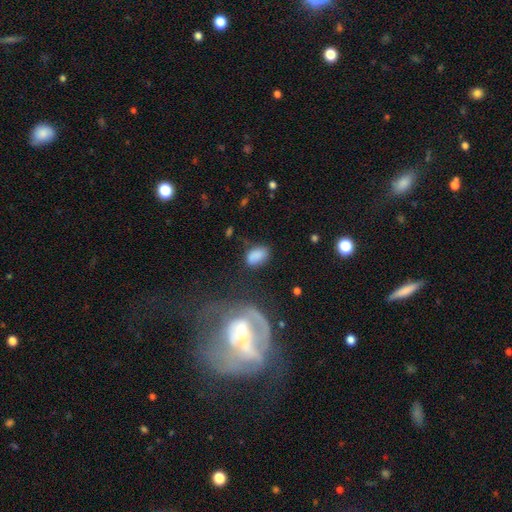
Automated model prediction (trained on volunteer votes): A smooth galaxy with no disk features (83%) that is in between round and cigar-shaped (90%). Merging: none (67%).